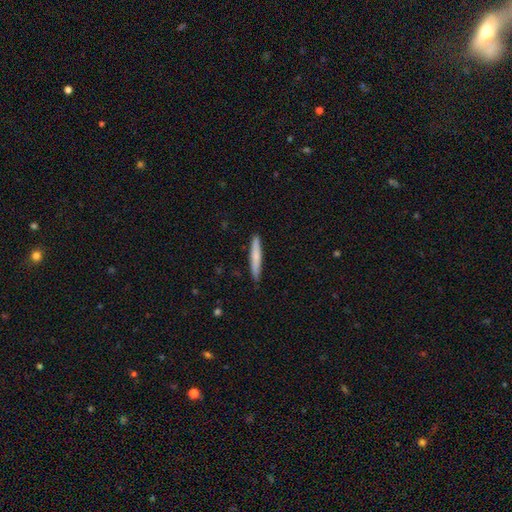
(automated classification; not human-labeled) Morphology: type=smooth (72%); roundness=cigar-shaped (95%); merging=none (89%).